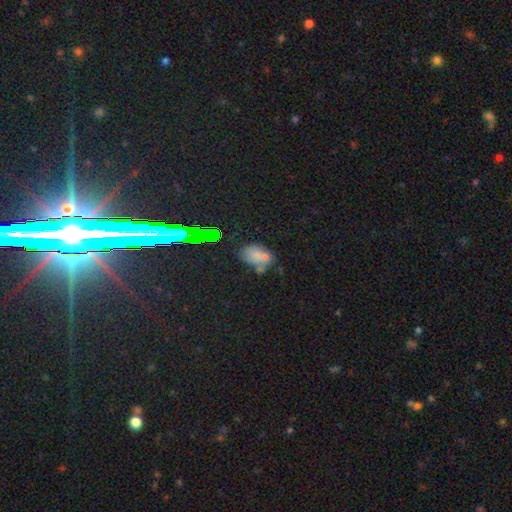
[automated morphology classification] smooth-or-featured: smooth: 61% | star or artifact: 23% | featured or disk: 16%
  how-rounded: in between: 82% | round: 16% | cigar-shaped: 2%
  merging: none: 38% | merger: 26% | minor disturbance: 23% | major disturbance: 13%